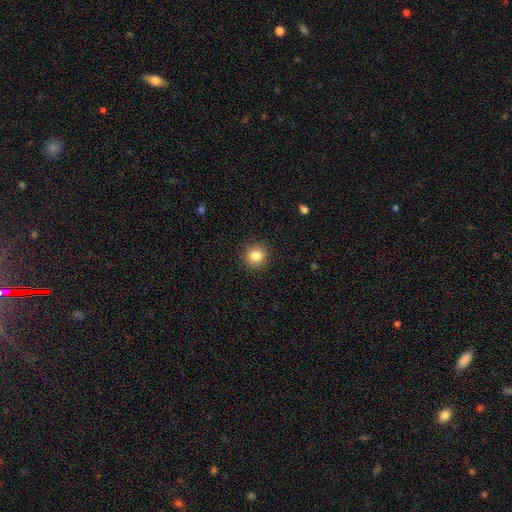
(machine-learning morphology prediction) smooth_or_featured: smooth (p=0.84) [alt: star or artifact p=0.11]
how_rounded: round (p=0.89) [alt: in between p=0.10]
merging: none (p=0.91) [alt: minor disturbance p=0.06]